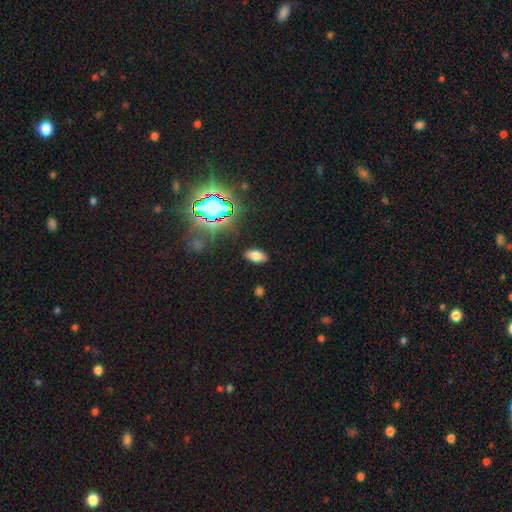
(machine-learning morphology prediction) A smooth galaxy with no disk features (72%) that is in between round and cigar-shaped (91%).

Vote fractions:
- Smooth or featured? smooth: 72% / star or artifact: 17% / featured or disk: 10%
- How rounded? in between: 91% / round: 5% / cigar-shaped: 4%
- Merging? none: 87% / minor disturbance: 9% / major disturbance: 3% / merger: 1%